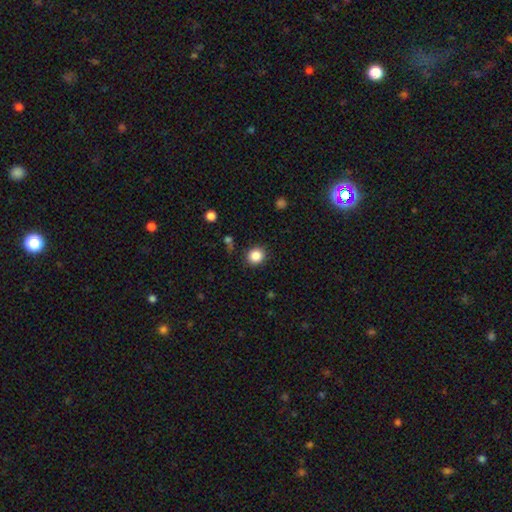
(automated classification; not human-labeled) Q: Smooth or featured?
A: smooth (86%); runner-up: star or artifact (10%)
Q: How rounded?
A: round (84%); runner-up: in between (15%)
Q: Merging?
A: none (88%); runner-up: minor disturbance (8%)